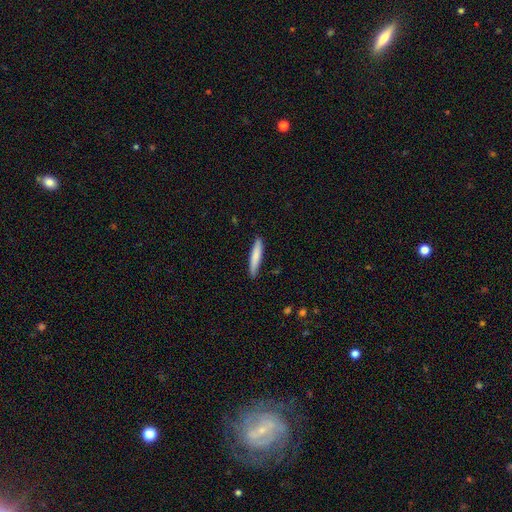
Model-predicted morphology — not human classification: The model was most divided on "smooth or featured": smooth: 79%, featured or disk: 16%, star or artifact: 5%. More confident: how rounded — cigar-shaped (91%); merging — none (86%).